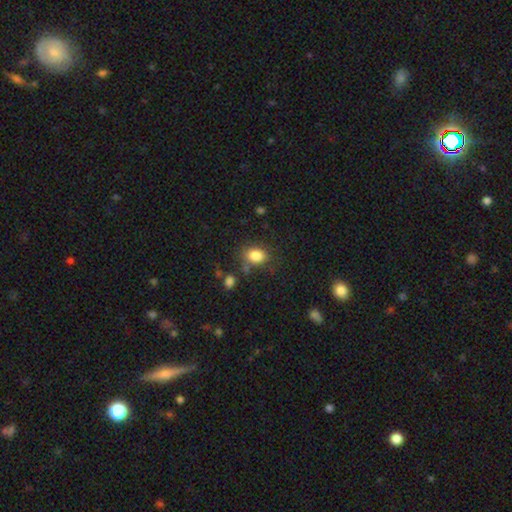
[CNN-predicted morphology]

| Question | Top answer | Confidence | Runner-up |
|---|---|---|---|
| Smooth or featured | smooth | 84% | star or artifact (10%) |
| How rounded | in between | 69% | round (29%) |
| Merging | none | 72% | minor disturbance (16%) |